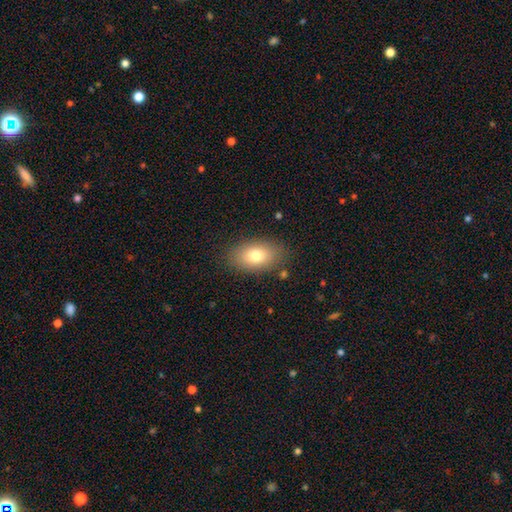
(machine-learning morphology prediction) Overall: smooth (77%). How rounded: in between (89%). Merging: none (83%).